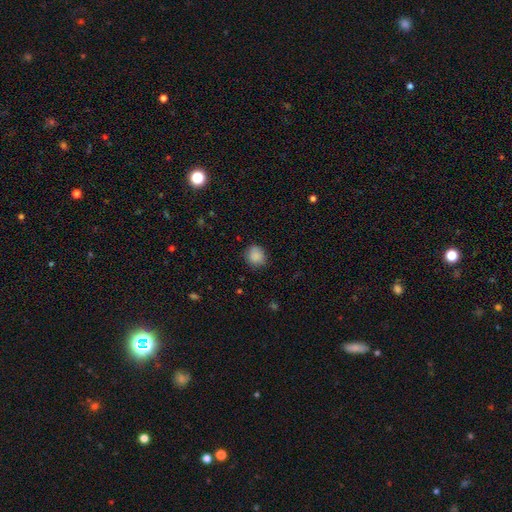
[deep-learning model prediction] A smooth galaxy with no disk features (86%) that is round (84%).

Vote fractions:
- Smooth or featured? smooth: 86% / star or artifact: 9% / featured or disk: 5%
- How rounded? round: 84% / in between: 15% / cigar-shaped: 1%
- Merging? none: 80% / minor disturbance: 15% / major disturbance: 3% / merger: 1%